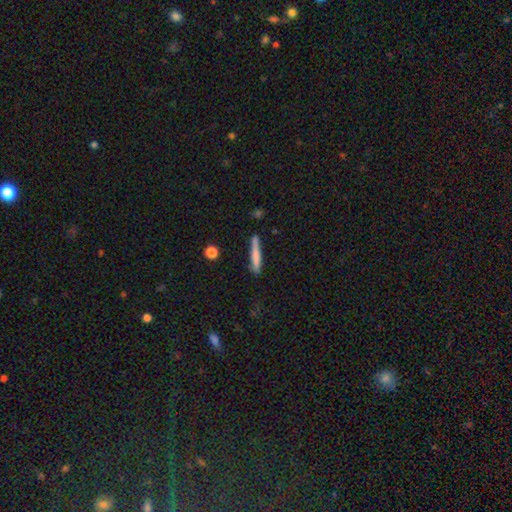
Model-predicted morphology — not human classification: This appears to be a smooth galaxy with no disk features (73%) that is cigar-shaped (94%). Merging: none (79%).